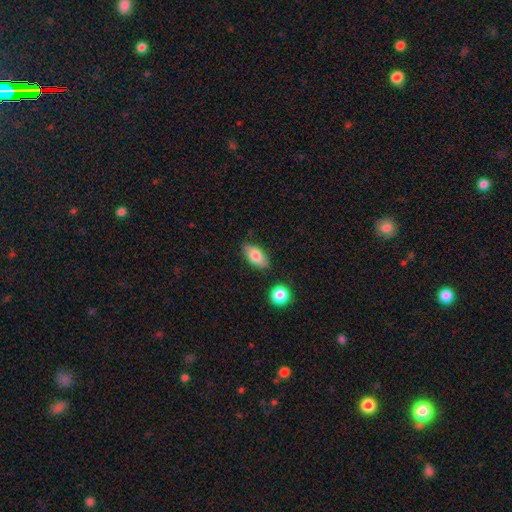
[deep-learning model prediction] Morphology: type=smooth (78%); roundness=in between (89%); merging=none (78%).